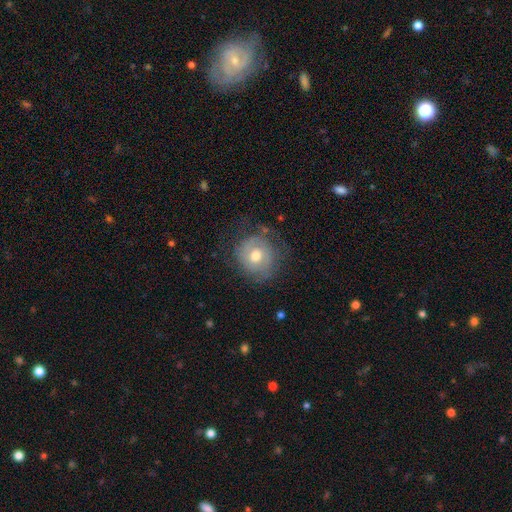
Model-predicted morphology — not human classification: A featured or disk galaxy (47%).

Vote fractions:
- Smooth or featured? featured or disk: 47% / smooth: 44% / star or artifact: 8%
- Merging? none: 65% / minor disturbance: 21% / major disturbance: 13% / merger: 2%